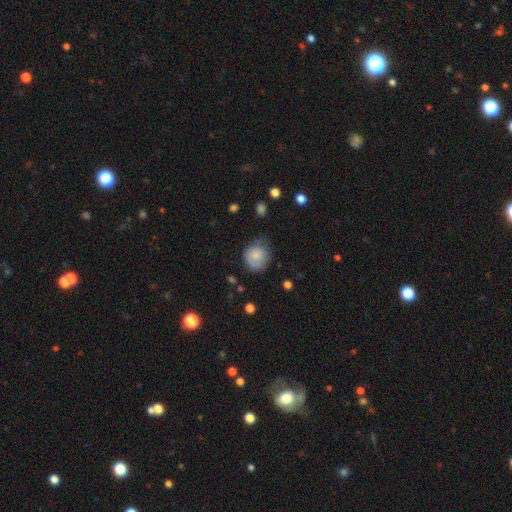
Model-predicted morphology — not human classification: Smooth or featured? Predicted: smooth (p=0.79). How rounded? Predicted: round (p=0.76). Merging? Predicted: none (p=0.55).